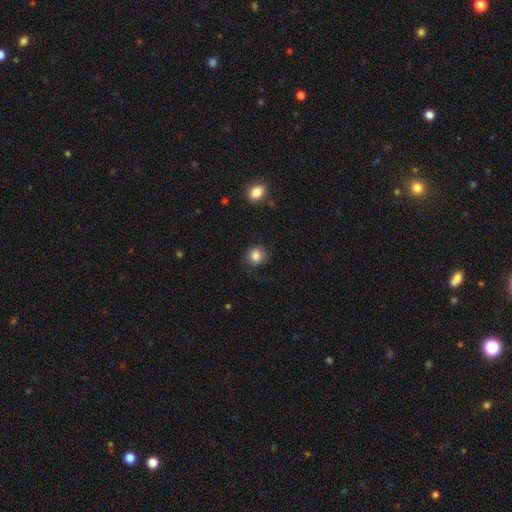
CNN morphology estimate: This appears to be a smooth galaxy with no disk features (82%) that is round (74%). Merging: none (71%).